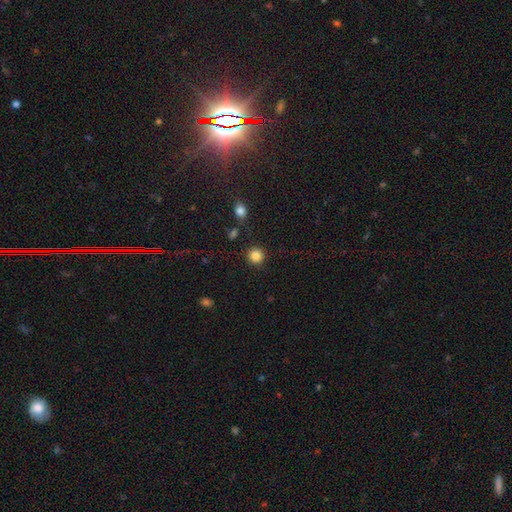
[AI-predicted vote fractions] The model was most divided on "smooth or featured": smooth: 86%, star or artifact: 11%, featured or disk: 4%. More confident: how rounded — round (93%); merging — none (89%).